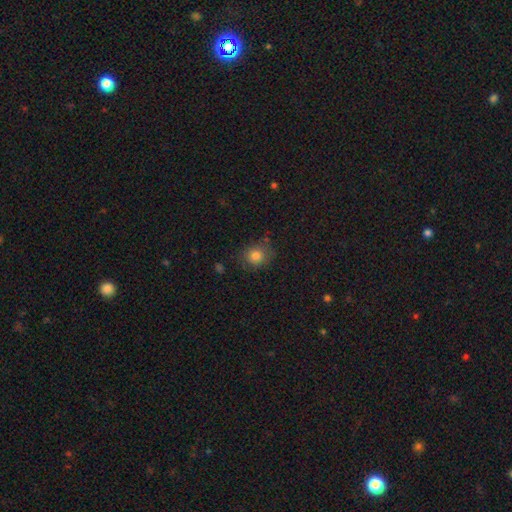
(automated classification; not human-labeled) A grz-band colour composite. It shows a smooth galaxy with no disk features (82%) that is round (77%). Merging: none (74%).